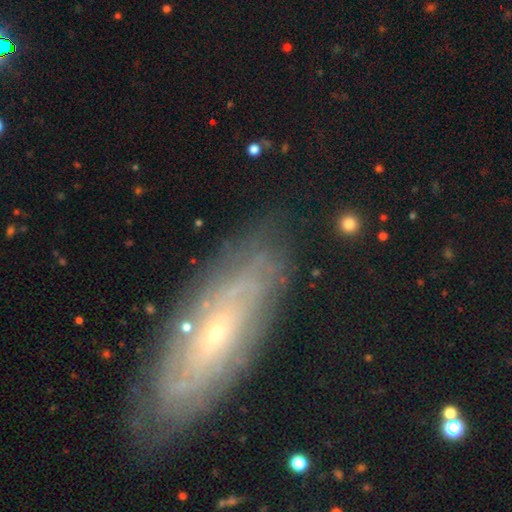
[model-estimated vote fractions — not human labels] Q: Smooth or featured?
A: featured or disk (58%); runner-up: smooth (29%)
Q: Edge-on disk?
A: no (81%); runner-up: yes (19%)
Q: Merging?
A: none (72%); runner-up: minor disturbance (17%)